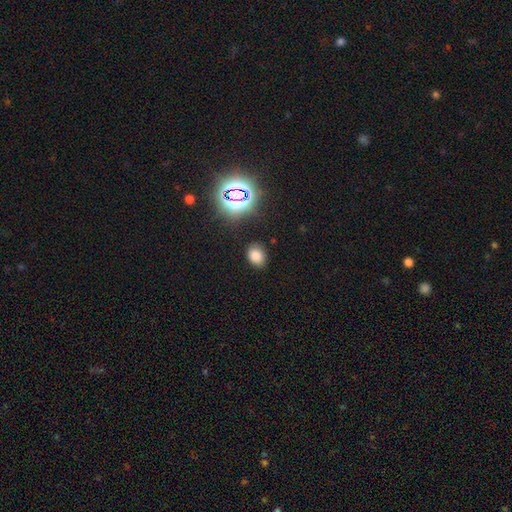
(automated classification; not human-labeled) Q: Smooth or featured?
A: smooth (76%); runner-up: star or artifact (18%)
Q: How rounded?
A: in between (61%); runner-up: round (38%)
Q: Merging?
A: none (83%); runner-up: minor disturbance (12%)